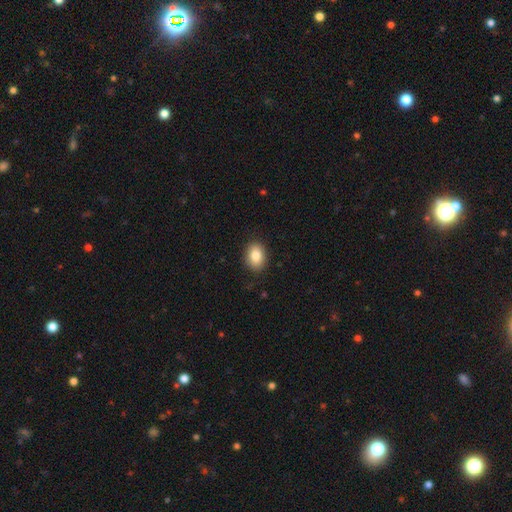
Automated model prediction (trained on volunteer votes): The model was most divided on "how rounded": in between: 72%, round: 27%, cigar-shaped: 1%. More confident: merging — none (88%); smooth or featured — smooth (84%).